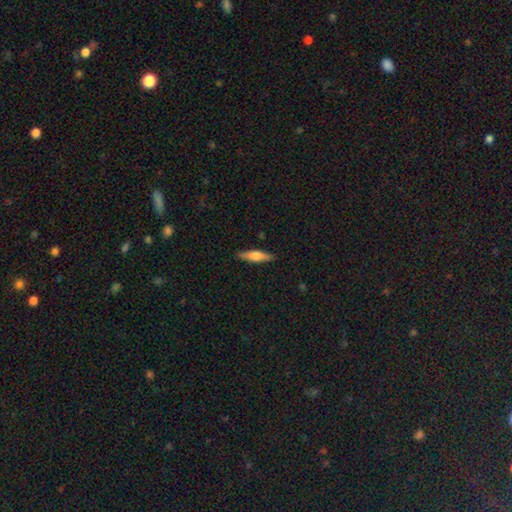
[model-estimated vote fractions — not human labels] smooth 56%, featured or disk 38%, star or artifact 6%. Down the decision tree: how rounded — cigar-shaped (74%); merging — none (89%).